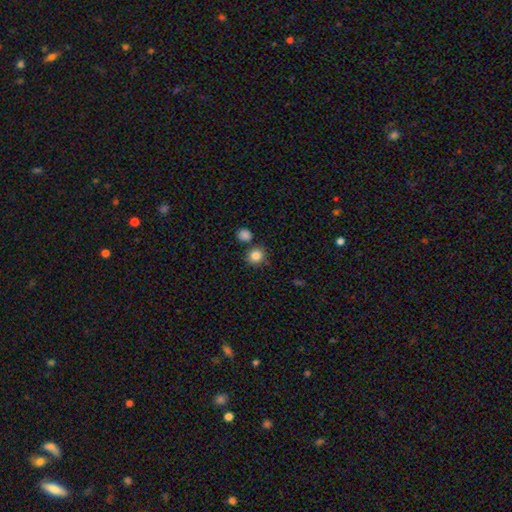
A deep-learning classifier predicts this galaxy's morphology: smooth 85%, star or artifact 10%, featured or disk 5%. Down the decision tree: how rounded — round (88%); merging — none (79%).